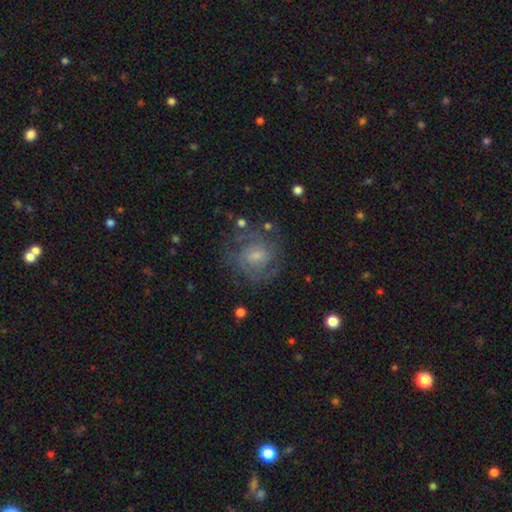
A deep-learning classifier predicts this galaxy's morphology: Q: Smooth or featured?
A: featured or disk (68%); runner-up: smooth (22%)
Q: Edge-on disk?
A: no (98%); runner-up: yes (2%)
Q: Bar?
A: no (54%); runner-up: weak (40%)
Q: Spiral arms?
A: yes (86%); runner-up: no (14%)
Q: Spiral winding?
A: tight (53%); runner-up: medium (36%)
Q: Spiral arm count?
A: can't tell (42%); runner-up: 2 (23%)
Q: Bulge size?
A: small (57%); runner-up: moderate (30%)
Q: Merging?
A: none (70%); runner-up: minor disturbance (16%)